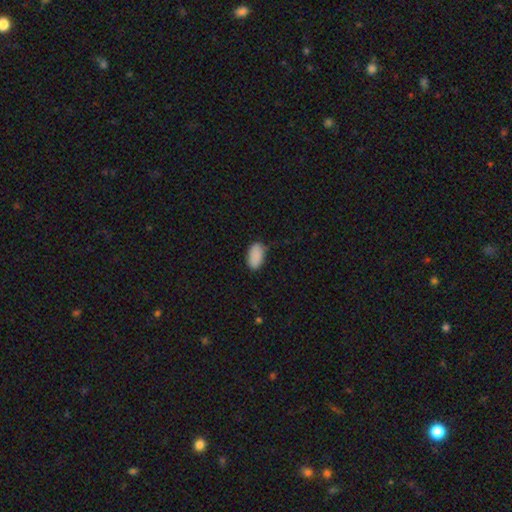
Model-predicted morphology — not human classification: Smooth or featured?
  - smooth: 89% *
  - star or artifact: 7%
  - featured or disk: 4%
How rounded?
  - in between: 94% *
  - round: 4%
  - cigar-shaped: 2%
Merging?
  - none: 76% *
  - minor disturbance: 20%
  - major disturbance: 3%
  - merger: 1%